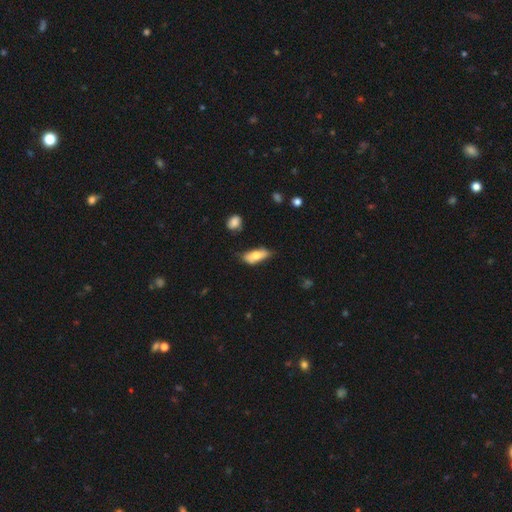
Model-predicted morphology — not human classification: Smooth or featured?
  - smooth: 69% *
  - featured or disk: 24%
  - star or artifact: 7%
How rounded?
  - in between: 78% *
  - cigar-shaped: 19%
  - round: 3%
Merging?
  - none: 57% *
  - minor disturbance: 32%
  - major disturbance: 7%
  - merger: 3%